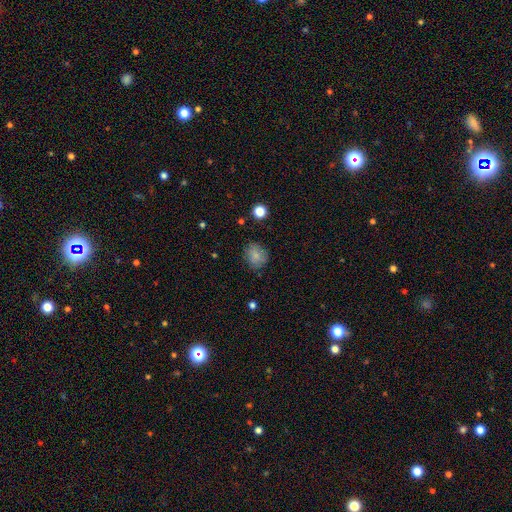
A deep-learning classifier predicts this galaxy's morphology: Overall: smooth (81%). How rounded: round (59%; in between 39%). Merging: none (75%).